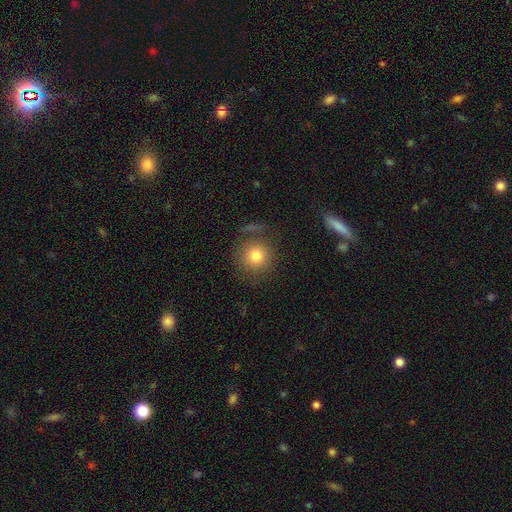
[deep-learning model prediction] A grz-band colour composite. It shows a smooth galaxy with no disk features (78%) that is round (93%). Merging: none (79%).